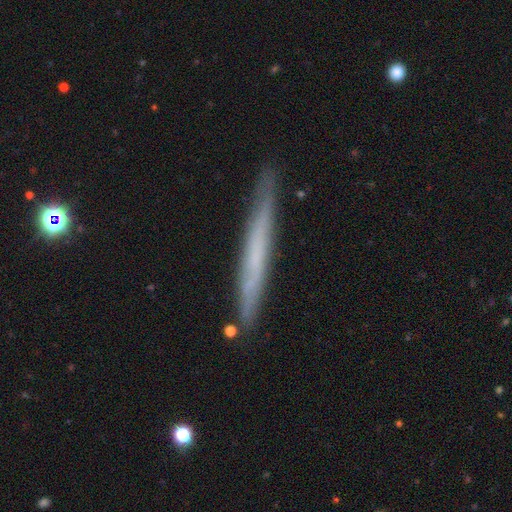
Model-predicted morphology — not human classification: A featured or disk galaxy (49%). Merging: none (86%).